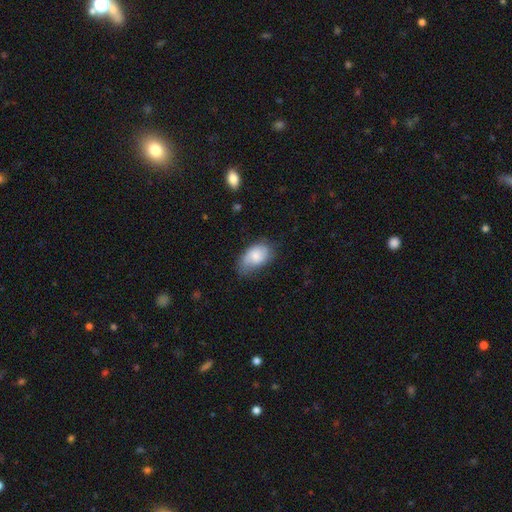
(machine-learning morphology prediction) This is likely a smooth galaxy (72%). How rounded: clearly in between (92%). Merging: possibly none (52%).